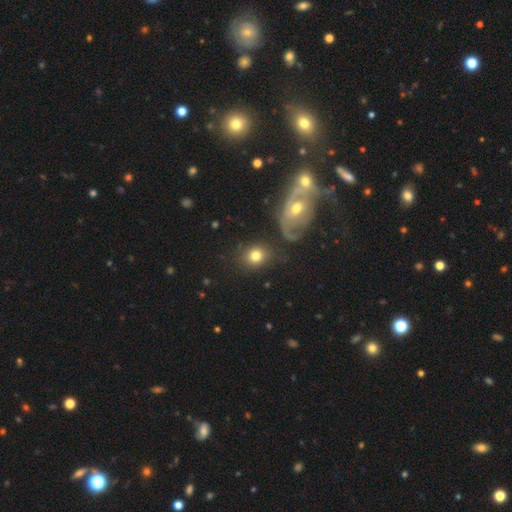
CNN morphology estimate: A smooth galaxy with no disk features (75%) that is round (69%). Merging: none (70%).